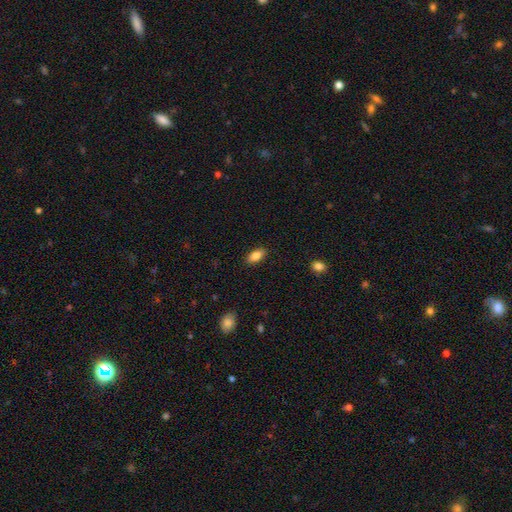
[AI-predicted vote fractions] Smooth or featured?
  - smooth: 85% *
  - star or artifact: 8%
  - featured or disk: 7%
How rounded?
  - in between: 89% *
  - cigar-shaped: 8%
  - round: 4%
Merging?
  - none: 88% *
  - minor disturbance: 9%
  - major disturbance: 2%
  - merger: 1%